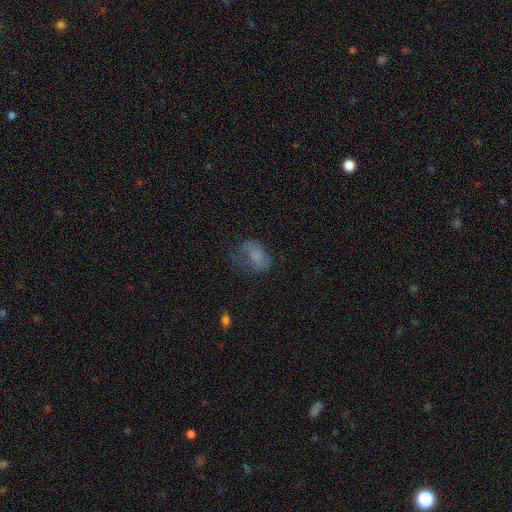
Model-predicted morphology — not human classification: A smooth galaxy with no disk features (63%) that is in between round and cigar-shaped (81%). Merging: none (36%).